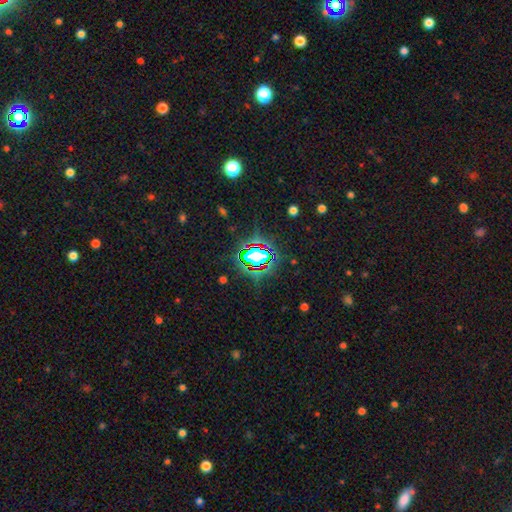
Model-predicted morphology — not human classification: Smooth or featured?
  - star or artifact: 68% *
  - smooth: 20%
  - featured or disk: 12%